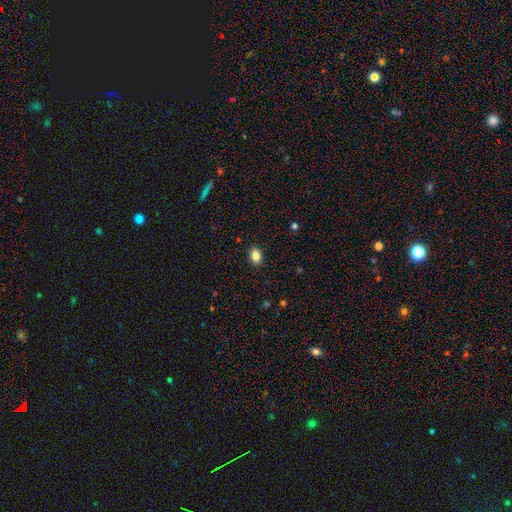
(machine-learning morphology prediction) A smooth galaxy with no disk features (85%) that is in between round and cigar-shaped (71%).

Vote fractions:
- Smooth or featured? smooth: 85% / star or artifact: 10% / featured or disk: 5%
- How rounded? in between: 71% / round: 28% / cigar-shaped: 1%
- Merging? none: 89% / minor disturbance: 8% / major disturbance: 2% / merger: 1%